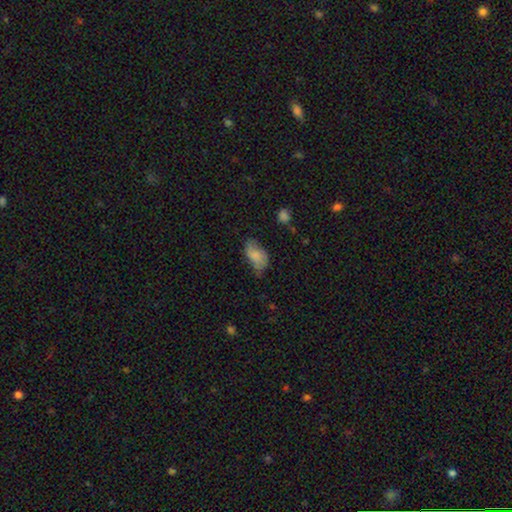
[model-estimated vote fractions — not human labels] smooth-or-featured: smooth: 76% | featured or disk: 17% | star or artifact: 8%
  how-rounded: in between: 92% | round: 6% | cigar-shaped: 2%
  merging: none: 46% | minor disturbance: 38% | major disturbance: 14% | merger: 3%